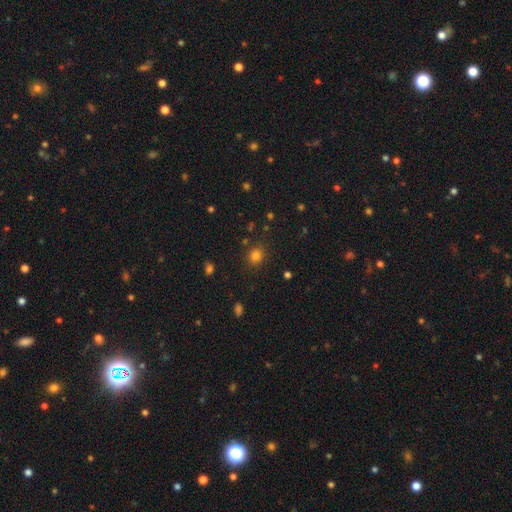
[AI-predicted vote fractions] smooth_or_featured: smooth (p=0.79) [alt: star or artifact p=0.15]
how_rounded: round (p=0.73) [alt: in between p=0.26]
merging: none (p=0.84) [alt: minor disturbance p=0.10]